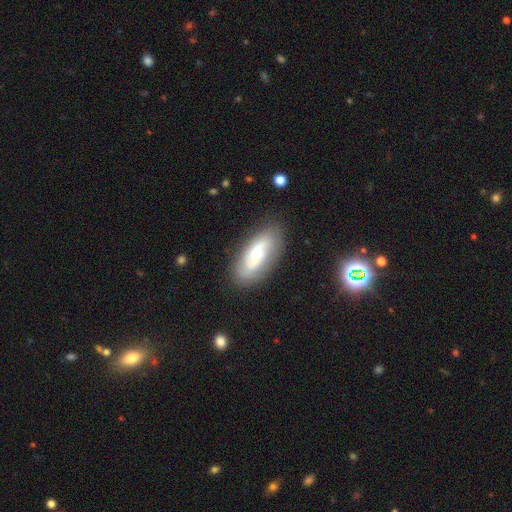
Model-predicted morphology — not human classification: The model was most divided on "bar": no: 46%, weak: 39%, strong: 14%. Remaining: edge-on disk — no (89%); spiral arms — yes (81%); merging — none (81%); smooth or featured — featured or disk (58%); bulge size — small (49%).